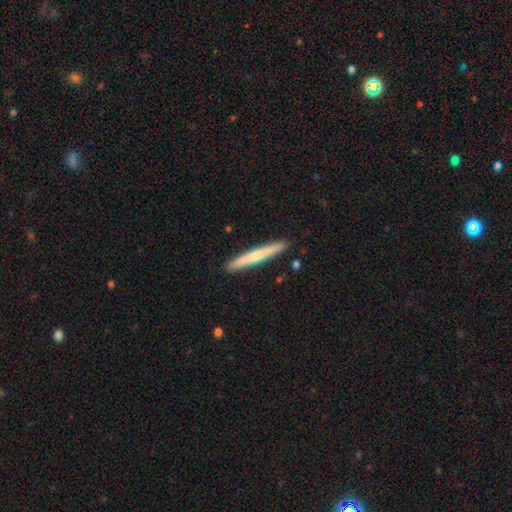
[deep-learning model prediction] Morphology: type=smooth (59%); roundness=cigar-shaped (97%); merging=none (91%).